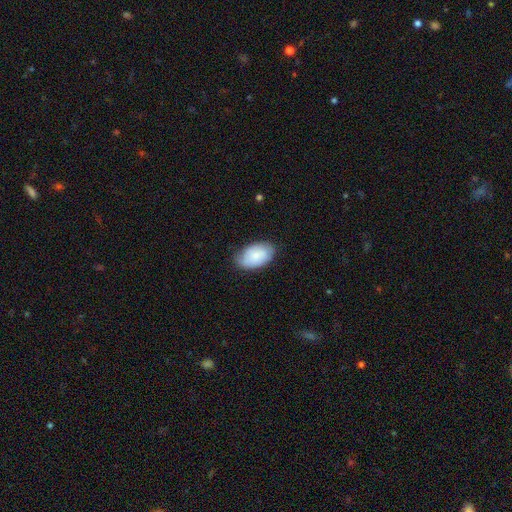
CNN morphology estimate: Q: Smooth or featured?
A: smooth (76%); runner-up: featured or disk (18%)
Q: How rounded?
A: in between (93%); runner-up: round (6%)
Q: Merging?
A: none (71%); runner-up: minor disturbance (23%)